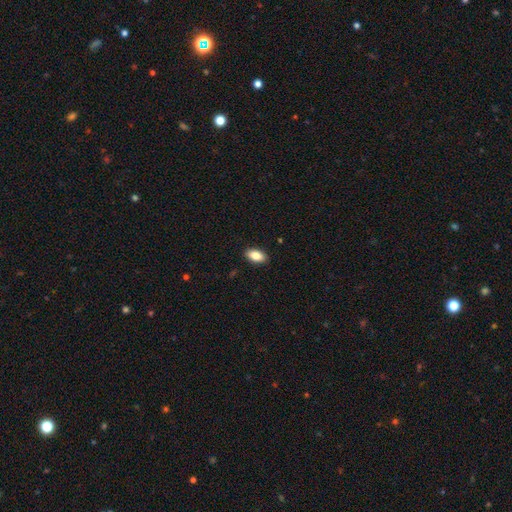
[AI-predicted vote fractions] Overall: smooth (84%). How rounded: in between (91%). Merging: none (90%).